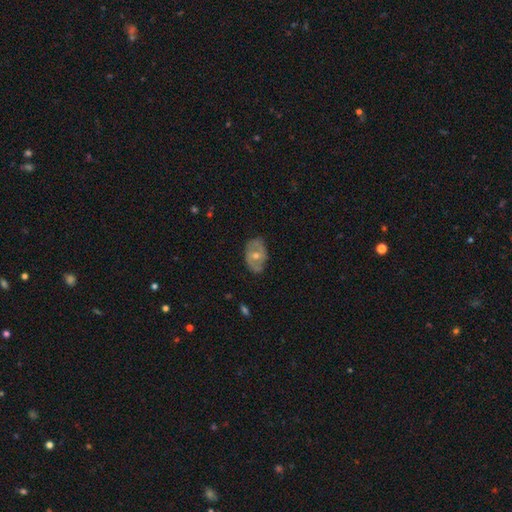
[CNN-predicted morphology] This is likely a featured or disk galaxy (61%). It is clearly not viewed edge-on (93%). Bar: likely no (66%). Spiral arm pattern: possibly no (52%). Central bulge: likely moderate (65%). Merging: likely none (77%).